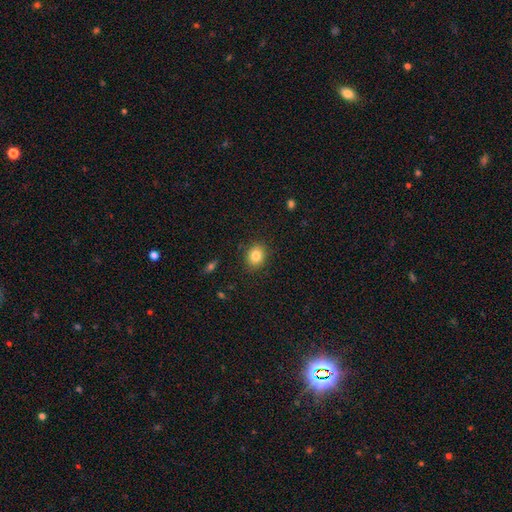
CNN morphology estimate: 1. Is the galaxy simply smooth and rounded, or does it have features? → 83% smooth, 10% star or artifact, 7% featured or disk.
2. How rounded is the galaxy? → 57% round, 42% in between, 1% cigar-shaped.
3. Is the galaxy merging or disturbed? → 88% none, 9% minor disturbance, 2% major disturbance, 1% merger.